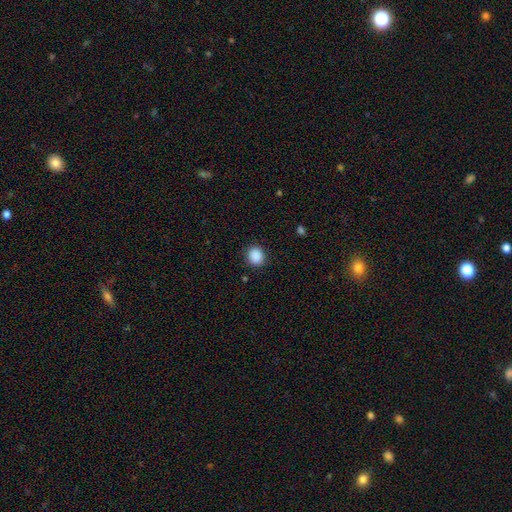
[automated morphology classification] smooth 89%, star or artifact 9%, featured or disk 2%. Down the decision tree: how rounded — round (79%); merging — none (89%).